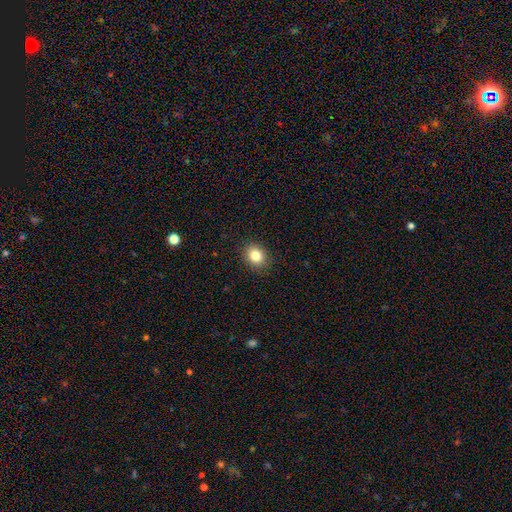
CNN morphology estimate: smooth 83%, star or artifact 10%, featured or disk 7%. Down the decision tree: how rounded — round (57%); merging — none (89%).